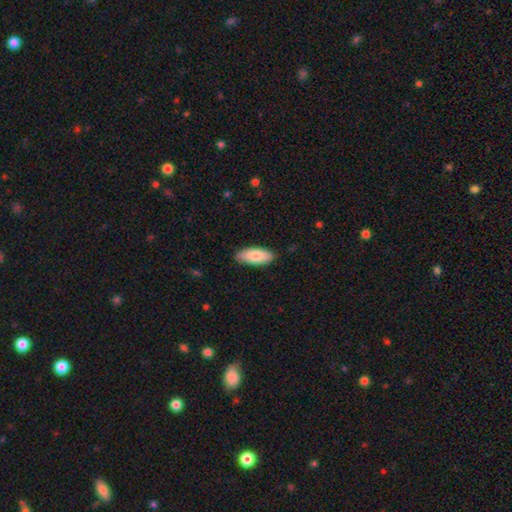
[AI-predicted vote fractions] A smooth galaxy with no disk features (83%) that is in between round and cigar-shaped (86%).

Vote fractions:
- Smooth or featured? smooth: 83% / featured or disk: 11% / star or artifact: 6%
- How rounded? in between: 86% / cigar-shaped: 12% / round: 2%
- Merging? none: 86% / minor disturbance: 11% / major disturbance: 2% / merger: 1%